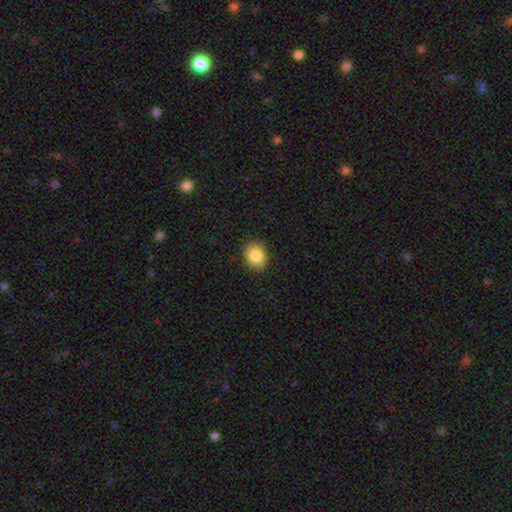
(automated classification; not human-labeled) smooth_or_featured: smooth (p=0.86) [alt: star or artifact p=0.08]
how_rounded: round (p=0.50) [alt: in between p=0.49]
merging: none (p=0.85) [alt: minor disturbance p=0.11]